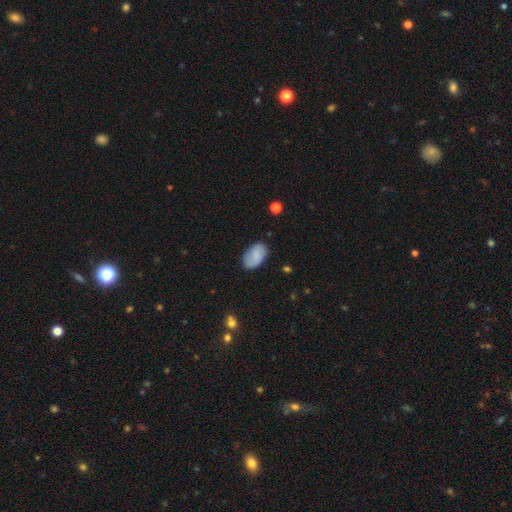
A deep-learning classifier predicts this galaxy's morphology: Smooth or featured?
  - smooth: 78% *
  - featured or disk: 15%
  - star or artifact: 7%
How rounded?
  - in between: 93% *
  - round: 6%
  - cigar-shaped: 1%
Merging?
  - none: 79% *
  - minor disturbance: 16%
  - major disturbance: 3%
  - merger: 1%